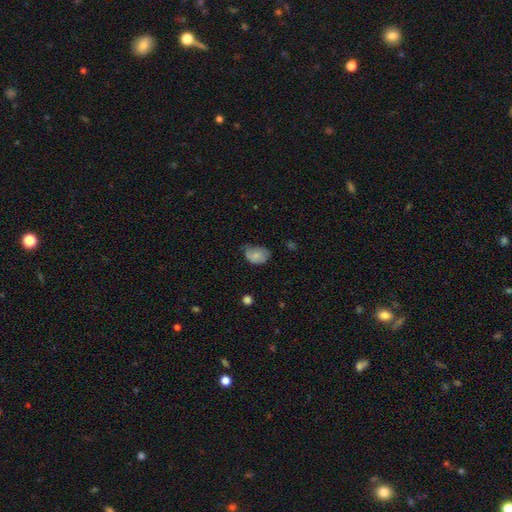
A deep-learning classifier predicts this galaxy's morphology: Smooth or featured?
  - smooth: 75% *
  - featured or disk: 17%
  - star or artifact: 8%
How rounded?
  - in between: 80% *
  - round: 18%
  - cigar-shaped: 1%
Merging?
  - none: 42% * (tied)
  - minor disturbance: 42% * (tied)
  - major disturbance: 14%
  - merger: 2%